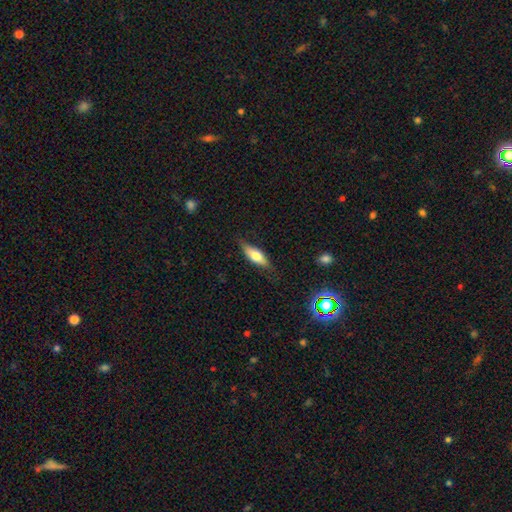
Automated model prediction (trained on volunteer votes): Morphology: type=smooth (58%); roundness=in between (58%); merging=none (77%).